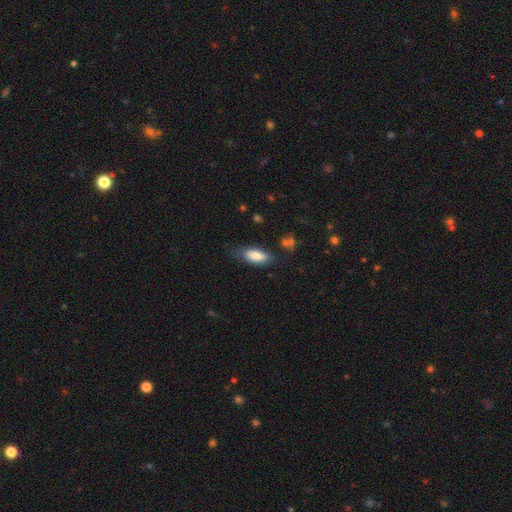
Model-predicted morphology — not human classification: Smooth or featured? smooth (84%)
How rounded? in between (81%)
Merging? none (70%)